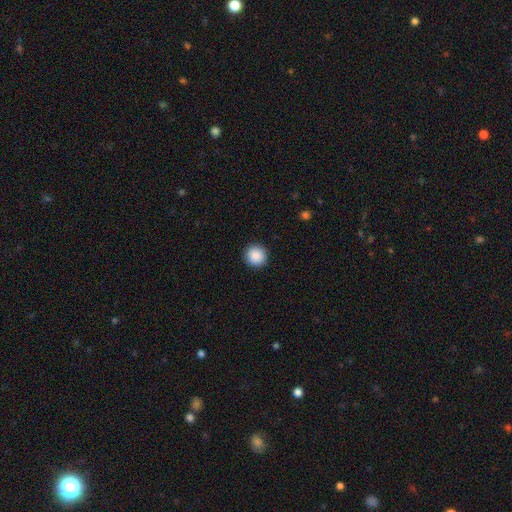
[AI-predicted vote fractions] smooth-or-featured: smooth: 89% | star or artifact: 8% | featured or disk: 3%
  how-rounded: round: 95% | in between: 4% | cigar-shaped: 1%
  merging: none: 93% | minor disturbance: 5% | major disturbance: 2% | merger: 1%